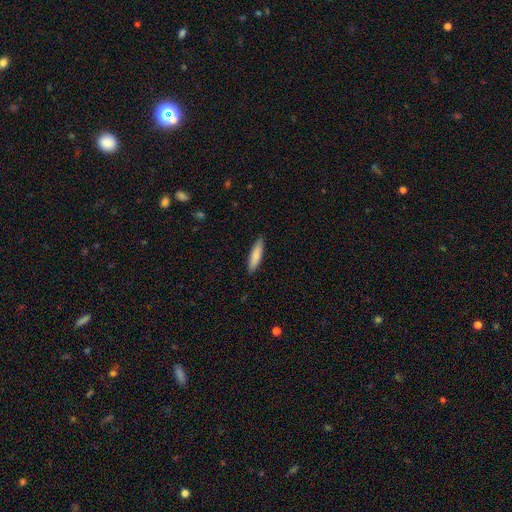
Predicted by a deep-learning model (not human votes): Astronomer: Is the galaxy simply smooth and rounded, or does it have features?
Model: smooth — 84%.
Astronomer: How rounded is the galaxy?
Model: cigar-shaped — 75%.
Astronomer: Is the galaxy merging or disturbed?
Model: none — 89%.